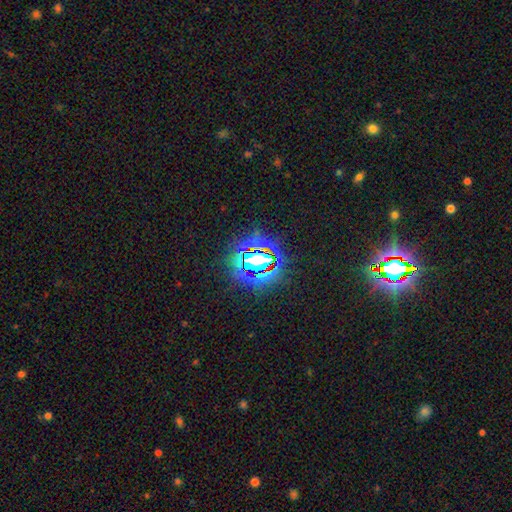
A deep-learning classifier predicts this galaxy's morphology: Smooth or featured? Predicted: star or artifact (p=0.80).